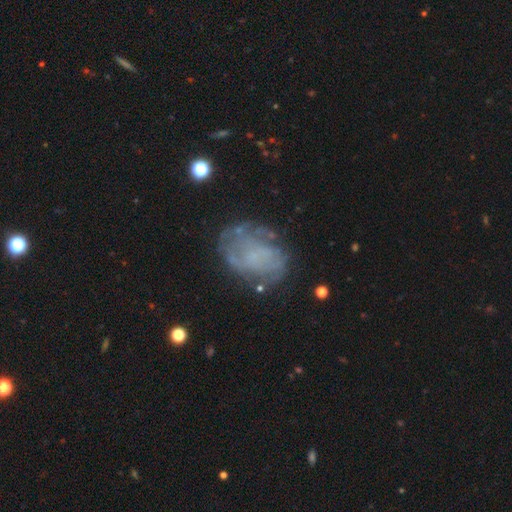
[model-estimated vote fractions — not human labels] Q: Smooth or featured?
A: featured or disk (61%); runner-up: smooth (27%)
Q: Edge-on disk?
A: no (98%); runner-up: yes (2%)
Q: Bar?
A: no (80%); runner-up: weak (16%)
Q: Spiral arms?
A: yes (56%); runner-up: no (44%)
Q: Bulge size?
A: none (67%); runner-up: small (21%)
Q: Merging?
A: none (59%); runner-up: minor disturbance (22%)